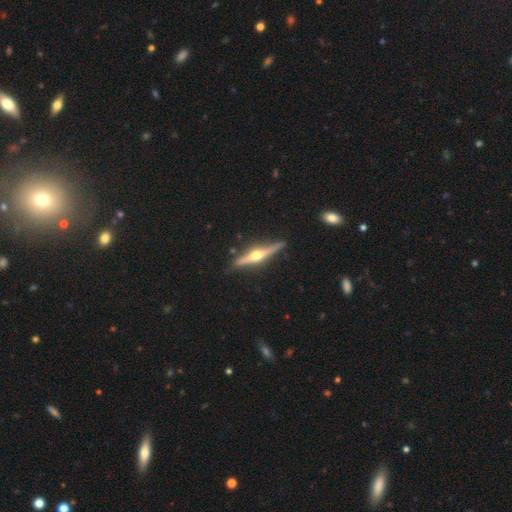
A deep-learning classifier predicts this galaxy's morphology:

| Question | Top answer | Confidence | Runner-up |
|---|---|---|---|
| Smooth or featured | featured or disk | 77% | smooth (18%) |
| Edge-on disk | yes | 97% | no (3%) |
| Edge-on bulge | rounded | 93% | boxy (4%) |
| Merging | none | 85% | minor disturbance (11%) |